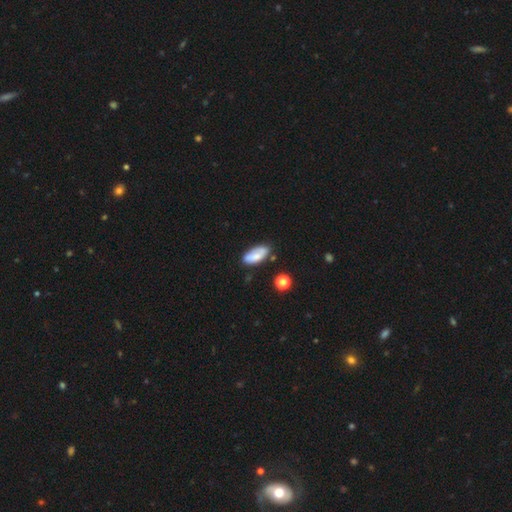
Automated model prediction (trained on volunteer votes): smooth_or_featured: smooth (p=0.72) [alt: featured or disk p=0.20]
how_rounded: in between (p=0.85) [alt: cigar-shaped p=0.12]
merging: none (p=0.68) [alt: minor disturbance p=0.22]